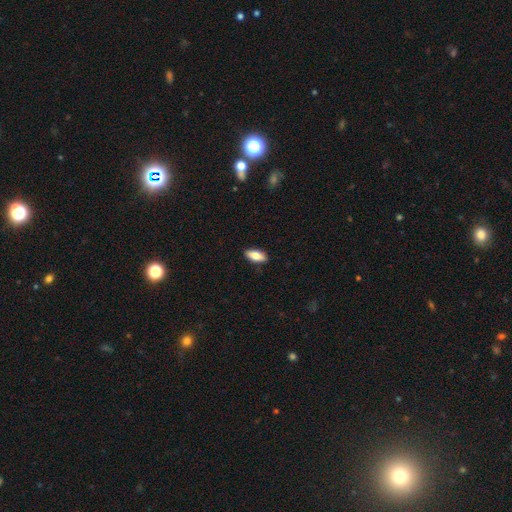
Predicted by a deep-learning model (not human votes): The model was most divided on "smooth or featured": smooth: 77%, featured or disk: 16%, star or artifact: 6%. More confident: merging — none (88%); how rounded — in between (82%).